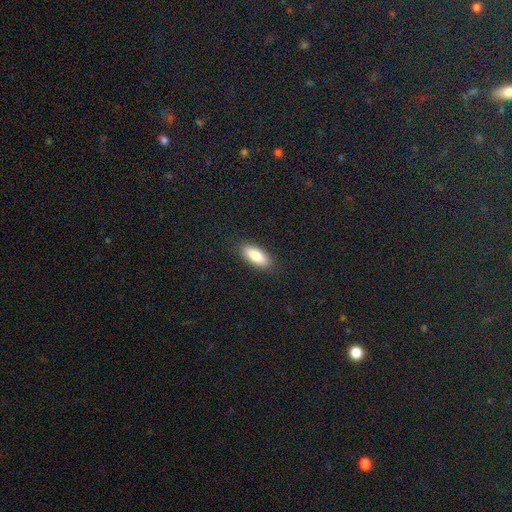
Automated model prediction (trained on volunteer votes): Smooth or featured: smooth — 85% (featured or disk — 9%)
How rounded: in between — 75% (cigar-shaped — 23%)
Merging: none — 89% (minor disturbance — 8%)